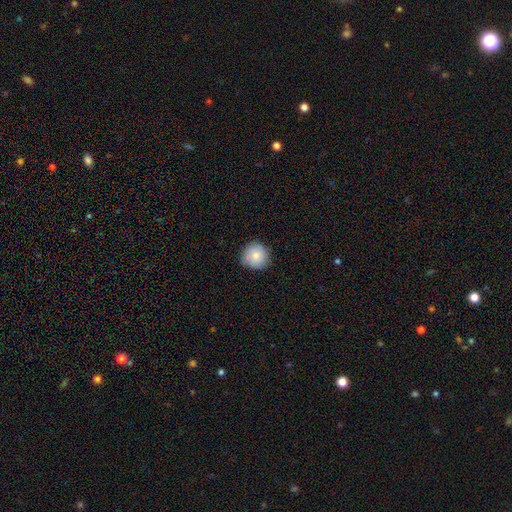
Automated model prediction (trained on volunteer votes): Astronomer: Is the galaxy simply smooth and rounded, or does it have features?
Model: smooth — 81%.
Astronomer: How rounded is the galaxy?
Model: round — 94%.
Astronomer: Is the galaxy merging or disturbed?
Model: none — 81%.